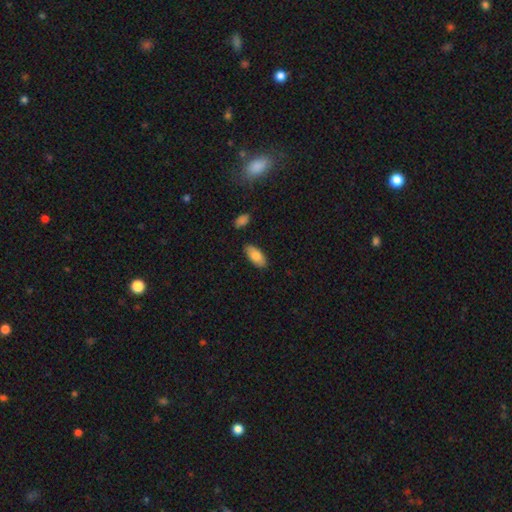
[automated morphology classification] Smooth or featured: smooth — 83% (featured or disk — 11%)
How rounded: in between — 90% (cigar-shaped — 8%)
Merging: none — 85% (minor disturbance — 10%)